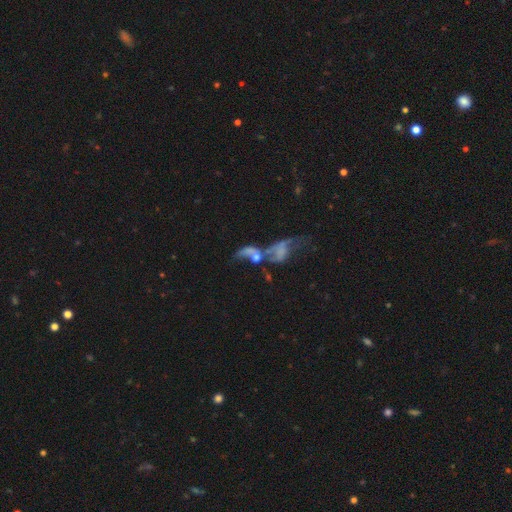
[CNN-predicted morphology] type=featured or disk (52%); edge-on=no (93%); merging=merger (61%).